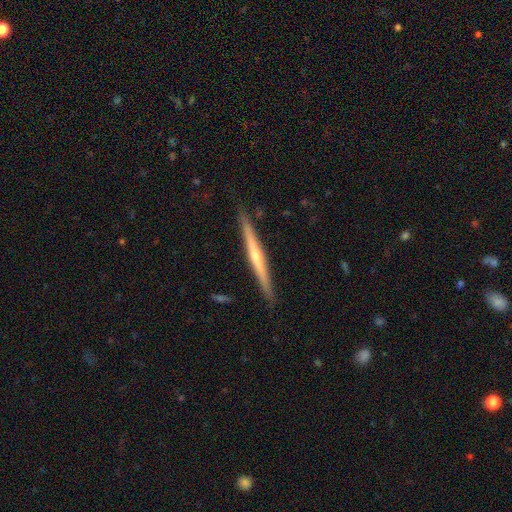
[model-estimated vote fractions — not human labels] This is likely a featured or disk galaxy (71%). It is clearly viewed edge-on (98%). Edge-on bulge: likely rounded (69%). Merging: clearly none (90%).